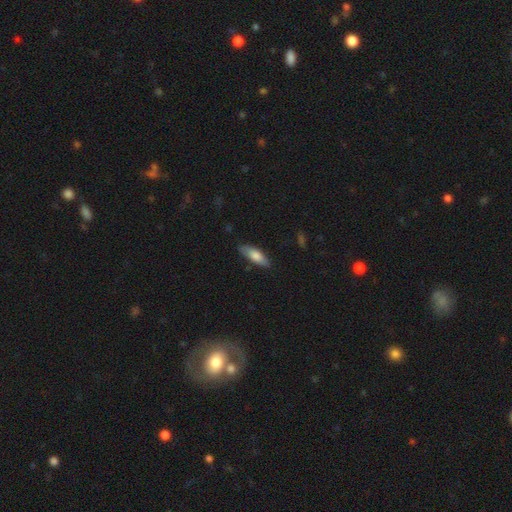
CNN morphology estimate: Overall: smooth (75%). How rounded: in between (59%; cigar-shaped 40%). Merging: none (80%).